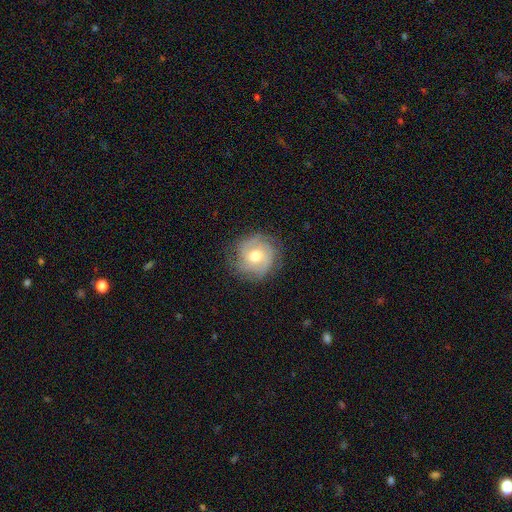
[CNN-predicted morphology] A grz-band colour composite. It shows a featured or disk galaxy (57%) with no bar (68%), spiral arms (83%) and a moderate central bulge (75%). Merging: none (77%).